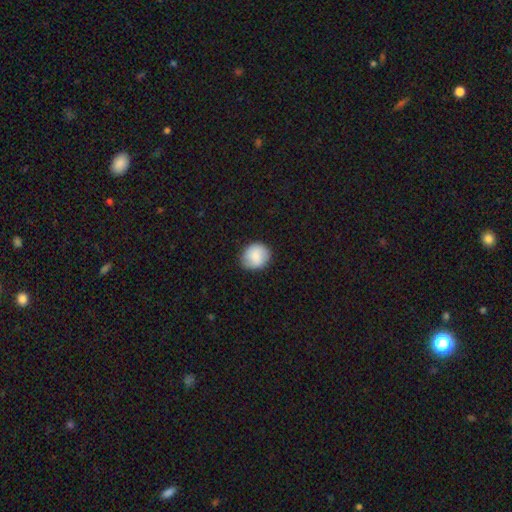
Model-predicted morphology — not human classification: Smooth or featured?
  - smooth: 83% *
  - featured or disk: 10%
  - star or artifact: 7%
How rounded?
  - round: 78% *
  - in between: 21%
  - cigar-shaped: 1%
Merging?
  - none: 83% *
  - minor disturbance: 13%
  - major disturbance: 3%
  - merger: 1%